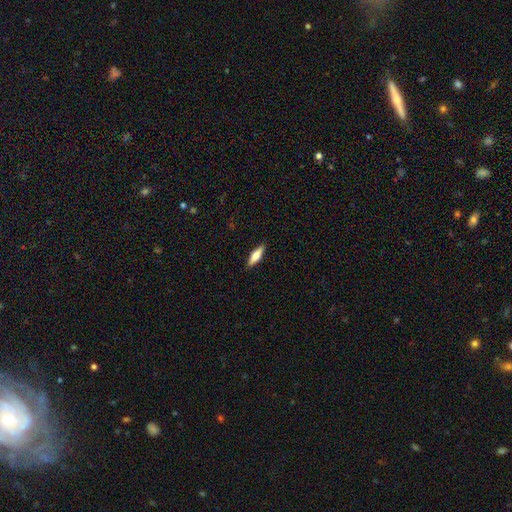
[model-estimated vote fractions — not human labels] This appears to be a smooth galaxy with no disk features (61%) that is cigar-shaped (56%). Merging: none (90%).